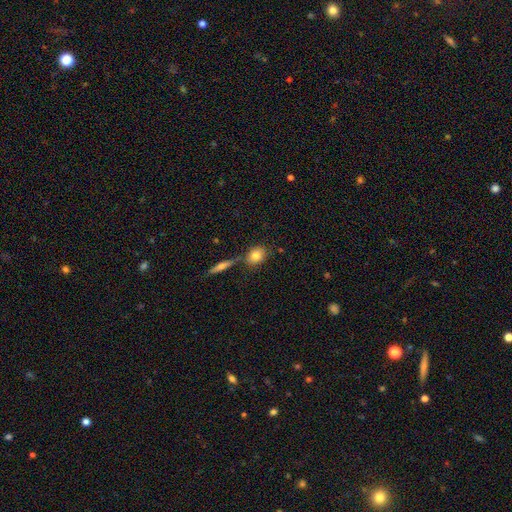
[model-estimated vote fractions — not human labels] smooth_or_featured: smooth (p=0.79) [alt: featured or disk p=0.13]
how_rounded: in between (p=0.53) [alt: round p=0.44]
merging: none (p=0.66) [alt: merger p=0.17]